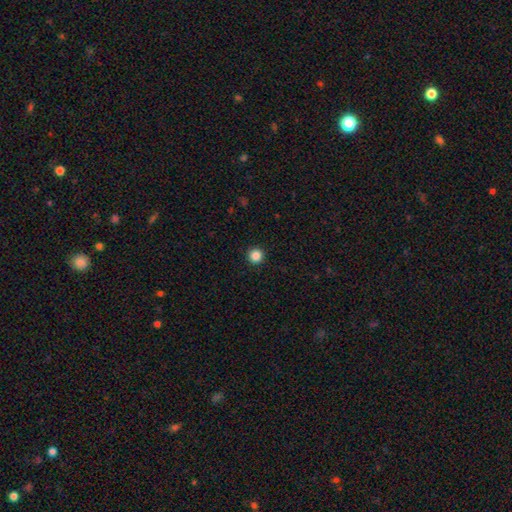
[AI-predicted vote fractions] Smooth or featured: smooth — 86% (star or artifact — 11%)
How rounded: round — 96% (in between — 3%)
Merging: none — 93% (minor disturbance — 4%)